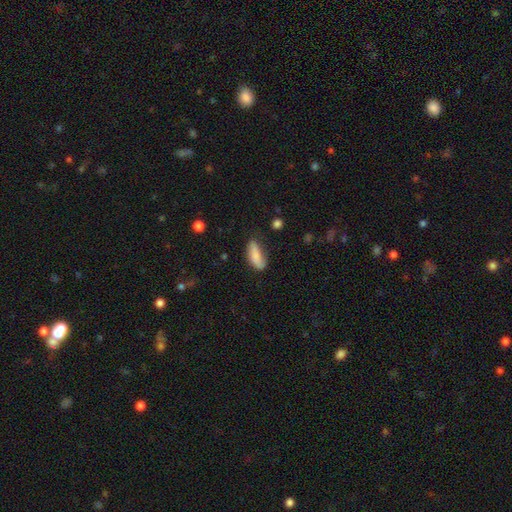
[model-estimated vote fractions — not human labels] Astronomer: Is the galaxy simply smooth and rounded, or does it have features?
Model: smooth — 77%.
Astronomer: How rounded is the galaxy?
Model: in between — 74%.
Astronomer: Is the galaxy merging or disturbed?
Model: none — 58%.